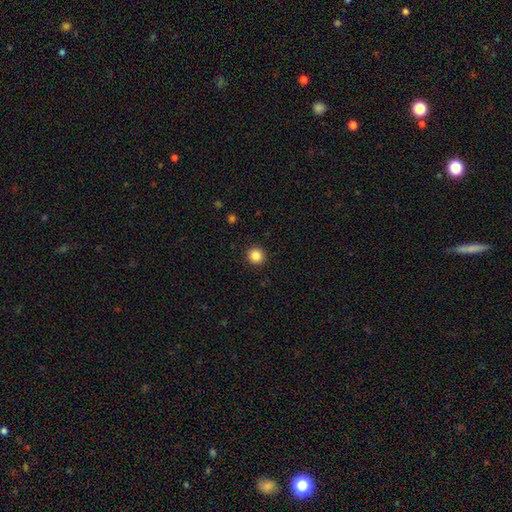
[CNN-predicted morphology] This is clearly a smooth galaxy (85%). How rounded: clearly round (94%). Merging: clearly none (93%).